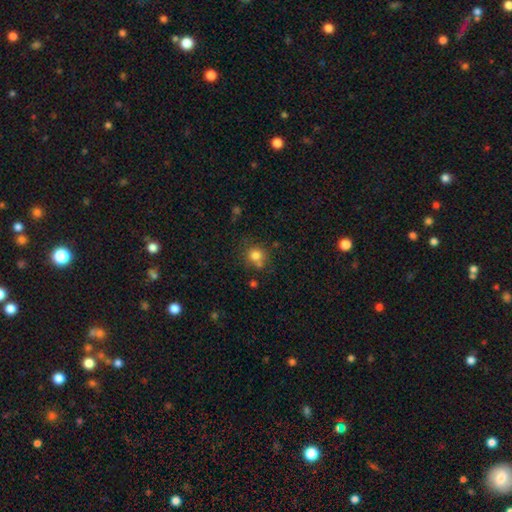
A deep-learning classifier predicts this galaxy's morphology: smooth 80%, star or artifact 12%, featured or disk 8%. Down the decision tree: how rounded — round (86%); merging — none (67%).